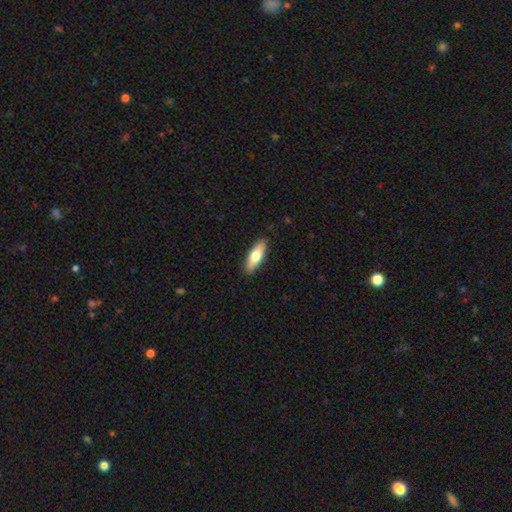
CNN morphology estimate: smooth_or_featured: smooth (p=0.67) [alt: featured or disk p=0.27]
how_rounded: in between (p=0.56) [alt: cigar-shaped p=0.41]
merging: none (p=0.89) [alt: minor disturbance p=0.08]